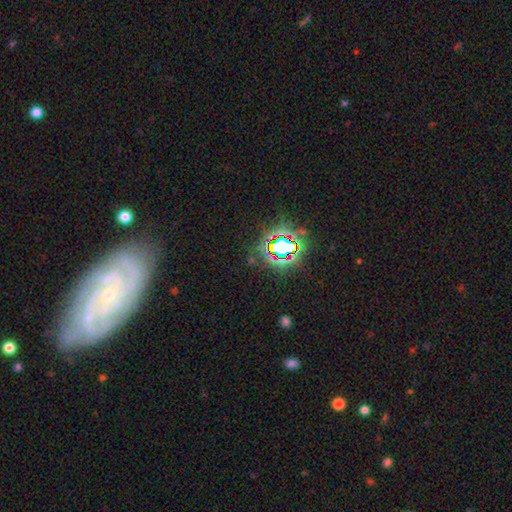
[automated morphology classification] Smooth or featured? Predicted: star or artifact (p=0.72).